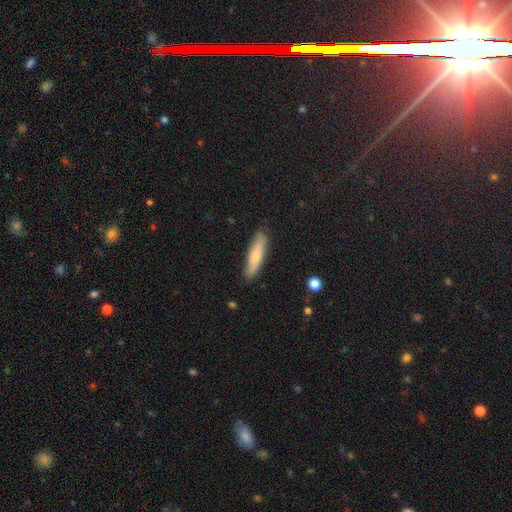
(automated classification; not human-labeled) The model was most divided on "smooth or featured": smooth: 73%, featured or disk: 22%, star or artifact: 6%. More confident: merging — none (84%); how rounded — cigar-shaped (76%).